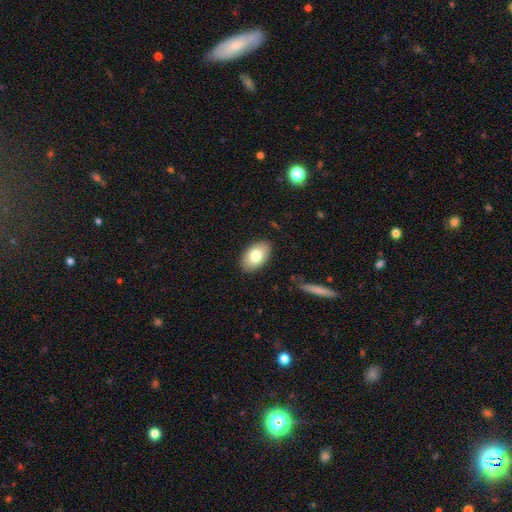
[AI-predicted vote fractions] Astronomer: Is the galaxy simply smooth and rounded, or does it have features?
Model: smooth — 77%.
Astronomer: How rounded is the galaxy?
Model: in between — 91%.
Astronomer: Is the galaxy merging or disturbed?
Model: none — 87%.